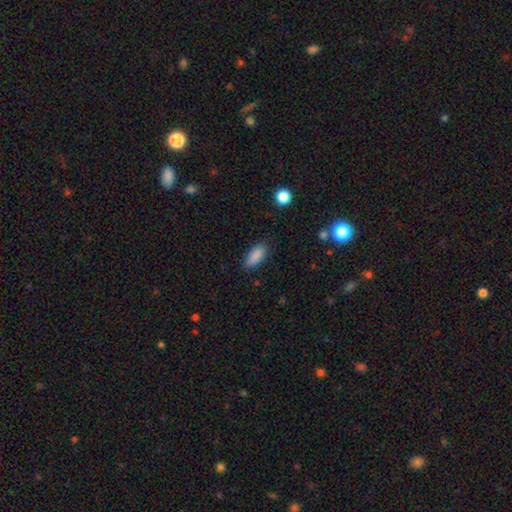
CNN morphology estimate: Overall: smooth (88%). How rounded: in between (86%). Merging: none (82%).